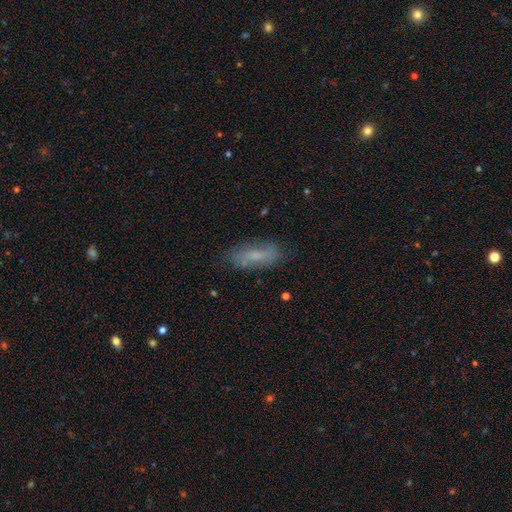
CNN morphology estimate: This appears to be a smooth galaxy with no disk features (60%) that is in between round and cigar-shaped (63%). Merging: none (77%).